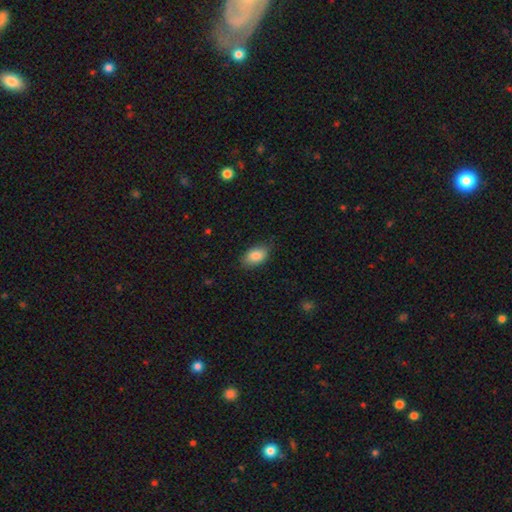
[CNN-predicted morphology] Overall: smooth (85%). How rounded: in between (90%). Merging: none (82%).